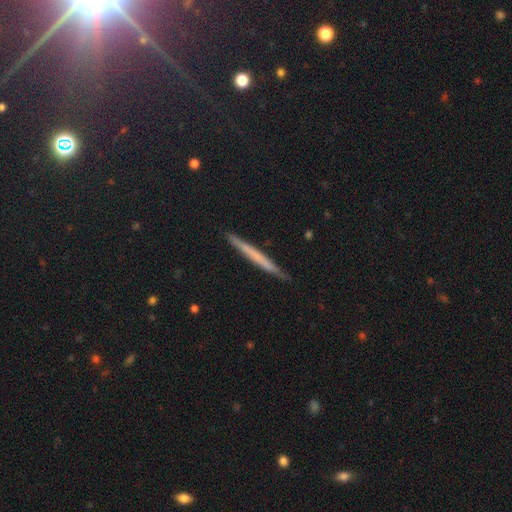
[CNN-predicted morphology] The model was most divided on "smooth or featured": smooth: 50%, featured or disk: 42%, star or artifact: 8%. More confident: how rounded — cigar-shaped (97%); merging — none (89%).